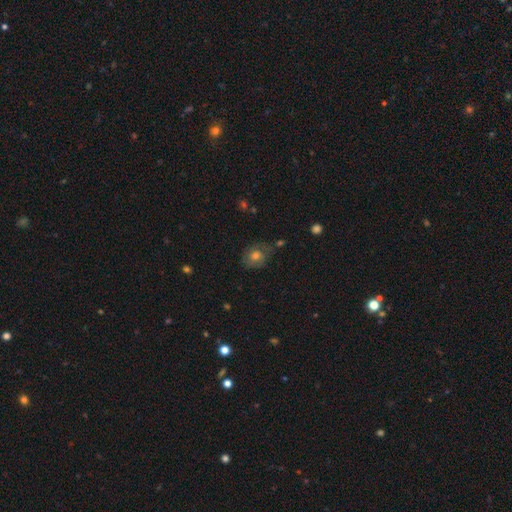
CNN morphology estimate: Q: Smooth or featured?
A: smooth (53%); runner-up: featured or disk (33%)
Q: How rounded?
A: round (60%); runner-up: in between (39%)
Q: Merging?
A: none (63%); runner-up: minor disturbance (23%)